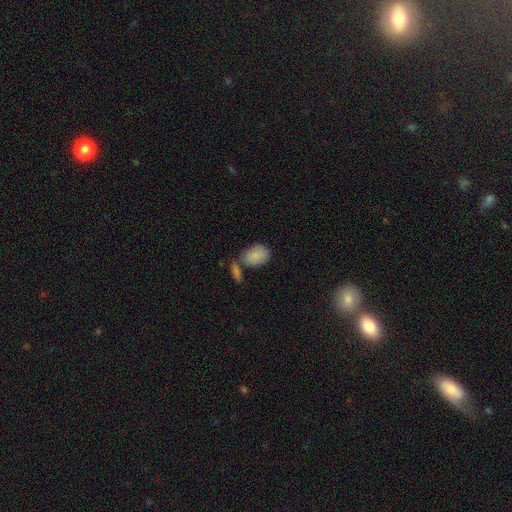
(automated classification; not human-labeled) Smooth or featured? Predicted: smooth (p=0.84). How rounded? Predicted: in between (p=0.86). Merging? Predicted: none (p=0.53).